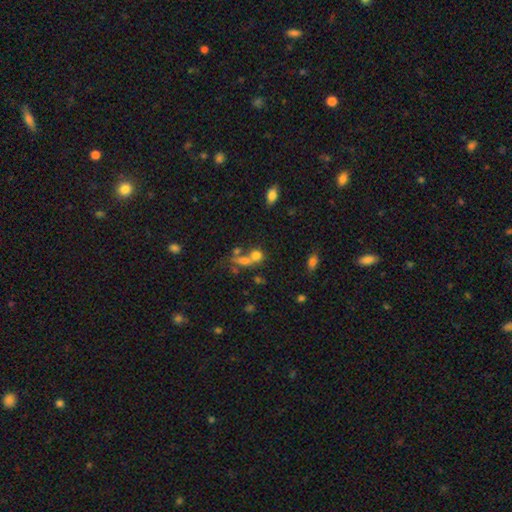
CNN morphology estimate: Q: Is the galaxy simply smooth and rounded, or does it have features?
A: smooth — 66%.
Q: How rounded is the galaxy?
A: round — 64%.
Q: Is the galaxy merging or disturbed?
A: merger — 53%.